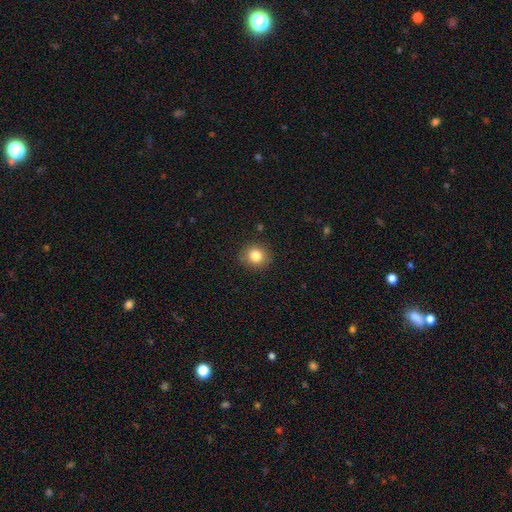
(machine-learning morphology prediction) smooth-or-featured: smooth: 83% | star or artifact: 10% | featured or disk: 7%
  how-rounded: round: 86% | in between: 13% | cigar-shaped: 1%
  merging: none: 88% | minor disturbance: 8% | major disturbance: 2% | merger: 1%